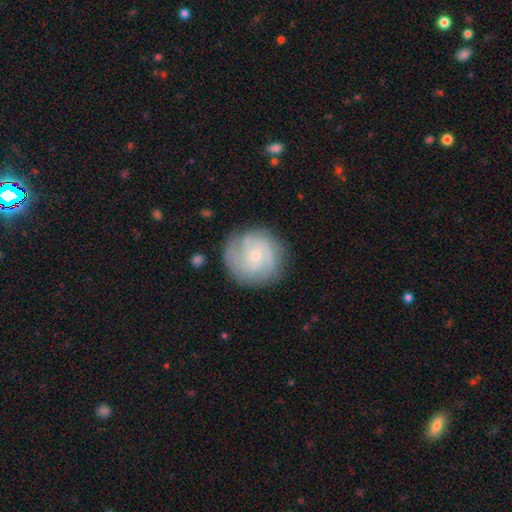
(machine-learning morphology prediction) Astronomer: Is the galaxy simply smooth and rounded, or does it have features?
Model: featured or disk — 73%.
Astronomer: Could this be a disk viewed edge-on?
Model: no — 98%.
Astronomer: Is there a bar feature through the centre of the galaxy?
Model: no — 74%.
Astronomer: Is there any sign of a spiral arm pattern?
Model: yes — 92%.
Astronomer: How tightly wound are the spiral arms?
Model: tight — 58%.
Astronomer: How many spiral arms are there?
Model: can't tell — 29% (runner-up: 3, 27%).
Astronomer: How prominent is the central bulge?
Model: small — 78%.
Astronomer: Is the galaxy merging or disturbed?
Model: none — 80%.